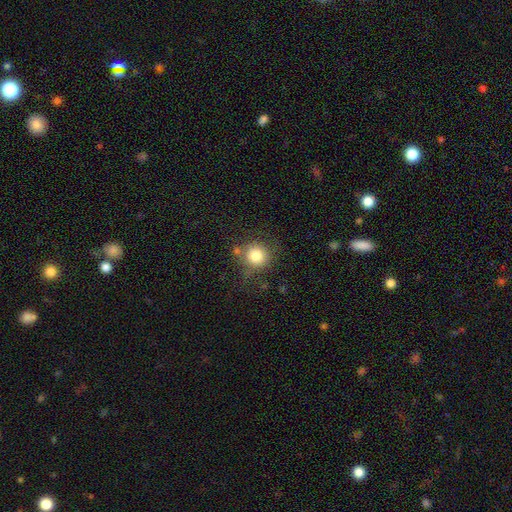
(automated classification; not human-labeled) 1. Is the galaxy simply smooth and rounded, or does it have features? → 81% smooth, 11% star or artifact, 8% featured or disk.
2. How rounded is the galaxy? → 89% round, 10% in between, 1% cigar-shaped.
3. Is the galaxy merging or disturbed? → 72% none, 15% minor disturbance, 7% merger, 6% major disturbance.